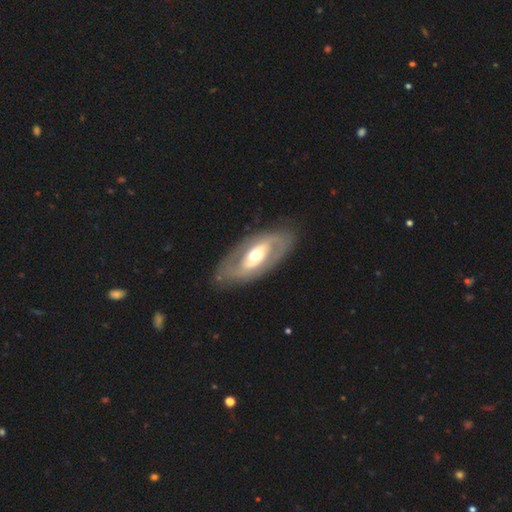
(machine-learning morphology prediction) A featured or disk galaxy (75%) with no bar (39%), spiral arms (58%) and a moderate central bulge (68%). Merging: none (80%).